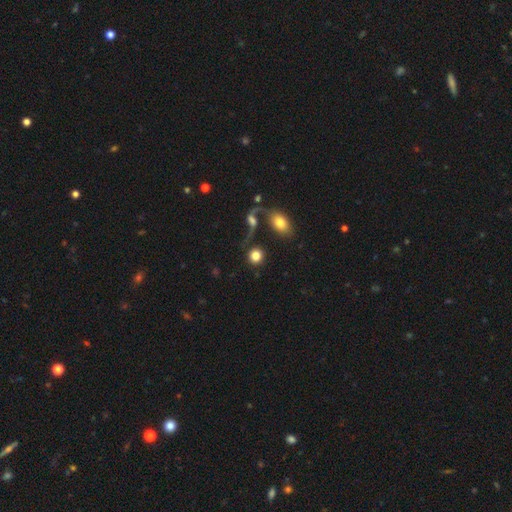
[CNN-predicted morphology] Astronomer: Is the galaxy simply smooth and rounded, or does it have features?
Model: smooth — 82%.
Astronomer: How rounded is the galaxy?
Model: round — 89%.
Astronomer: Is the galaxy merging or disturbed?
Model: none — 65%.